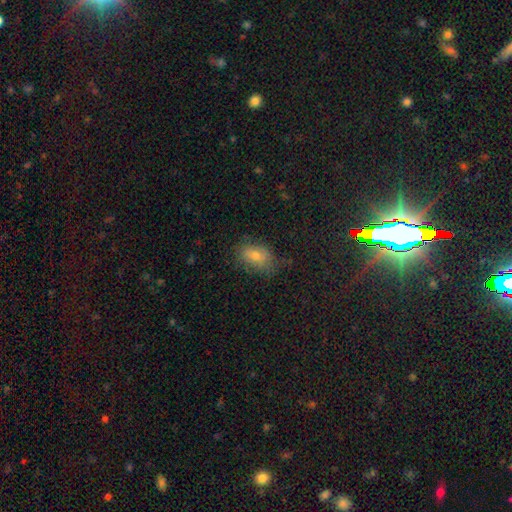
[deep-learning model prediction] smooth 66%, star or artifact 18%, featured or disk 16%. Down the decision tree: how rounded — in between (83%); merging — none (68%).